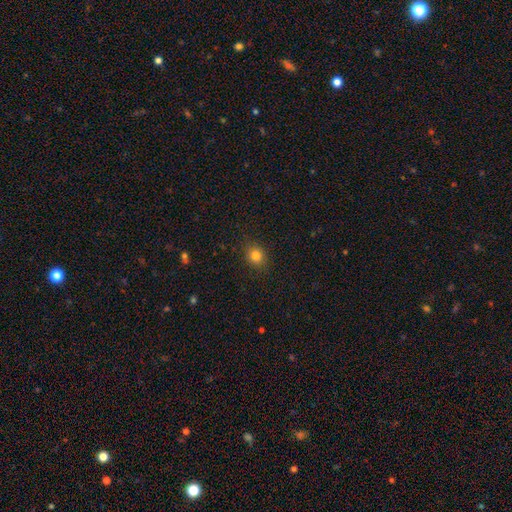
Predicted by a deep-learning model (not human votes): A smooth galaxy with no disk features (81%) that is round (72%). Merging: none (88%).